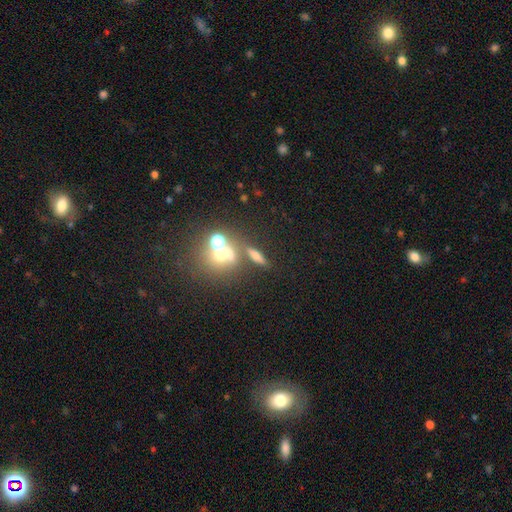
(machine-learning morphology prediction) Smooth or featured? smooth (57%)
How rounded? cigar-shaped (53%)
Merging? none (67%)